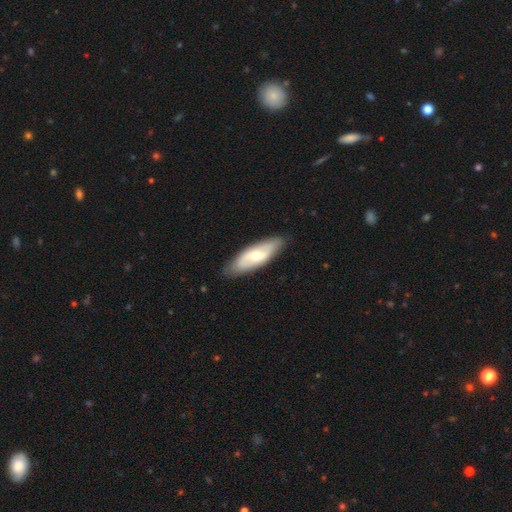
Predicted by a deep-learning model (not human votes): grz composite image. It shows a featured or disk galaxy (55%). Merging: none (85%).